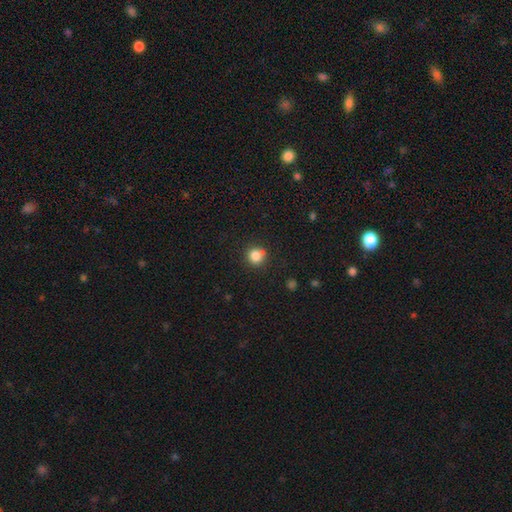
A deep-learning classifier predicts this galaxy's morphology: Q: Smooth or featured?
A: smooth (82%); runner-up: star or artifact (12%)
Q: How rounded?
A: round (91%); runner-up: in between (8%)
Q: Merging?
A: none (76%); runner-up: minor disturbance (12%)